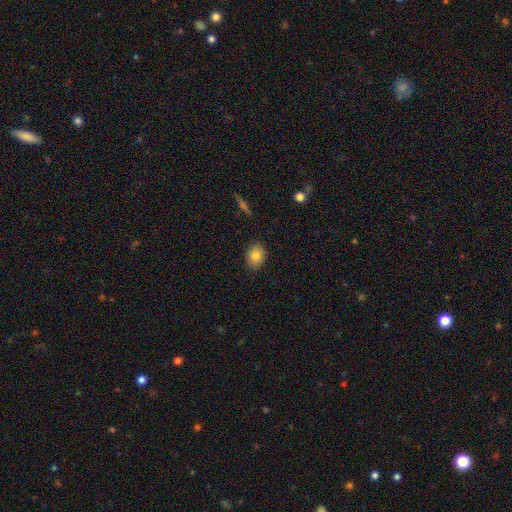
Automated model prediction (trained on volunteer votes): Overall: smooth (82%). How rounded: in between (71%). Merging: none (87%).